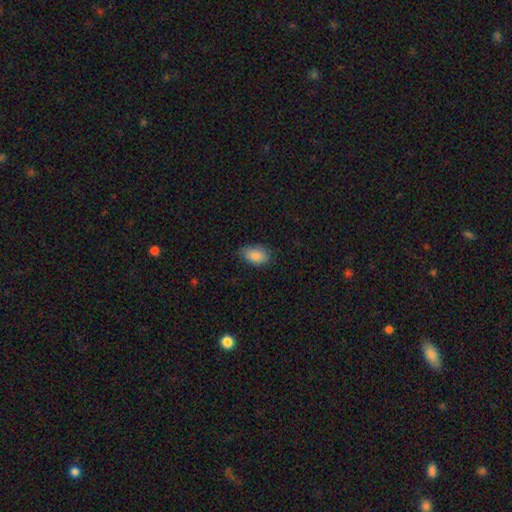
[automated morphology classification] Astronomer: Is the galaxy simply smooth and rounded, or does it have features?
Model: smooth — 88%.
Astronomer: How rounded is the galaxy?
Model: in between — 91%.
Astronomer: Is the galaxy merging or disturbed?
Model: none — 74%.